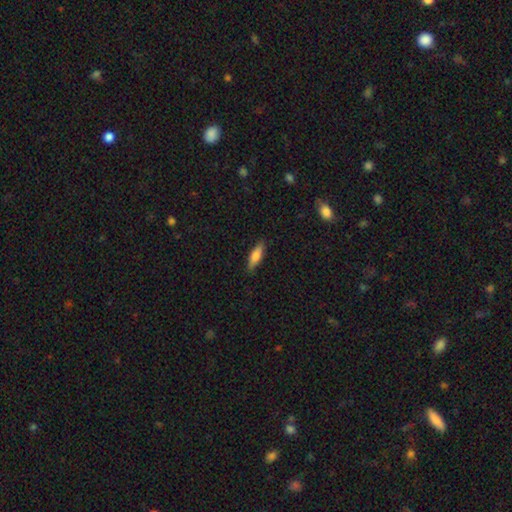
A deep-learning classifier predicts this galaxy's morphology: Smooth or featured? Predicted: smooth (p=0.74). How rounded? Predicted: cigar-shaped (p=0.52). Merging? Predicted: none (p=0.87).